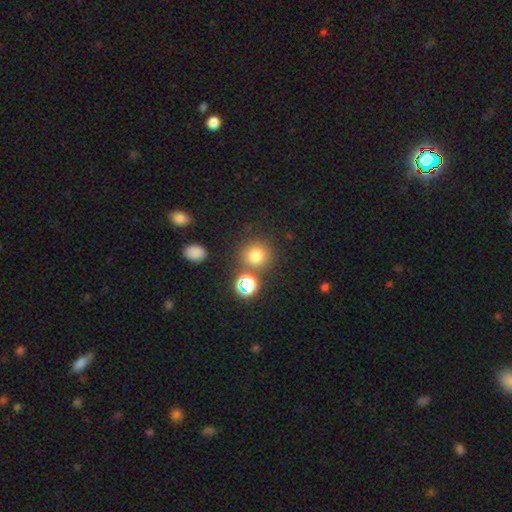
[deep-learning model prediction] smooth-or-featured: smooth: 74% | star or artifact: 19% | featured or disk: 7%
  how-rounded: round: 92% | in between: 7% | cigar-shaped: 1%
  merging: none: 78% | merger: 11% | minor disturbance: 8% | major disturbance: 3%